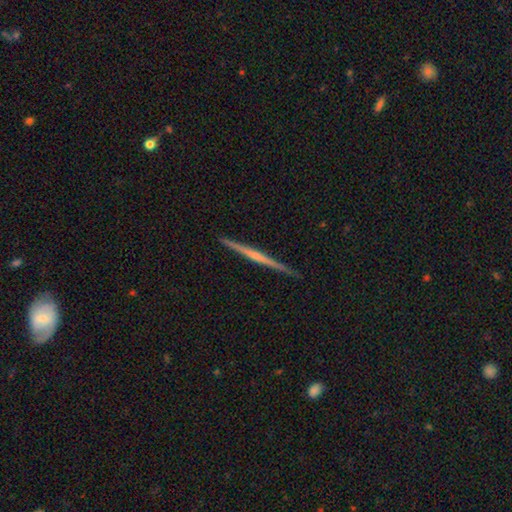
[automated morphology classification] smooth-or-featured: featured or disk: 73% | smooth: 22% | star or artifact: 5%
  disk-edge-on: yes: 98% | no: 2%
    edge-on-bulge: none: 53% | rounded: 38% | boxy: 9%
  merging: none: 91% | minor disturbance: 6% | major disturbance: 1% | merger: 1%